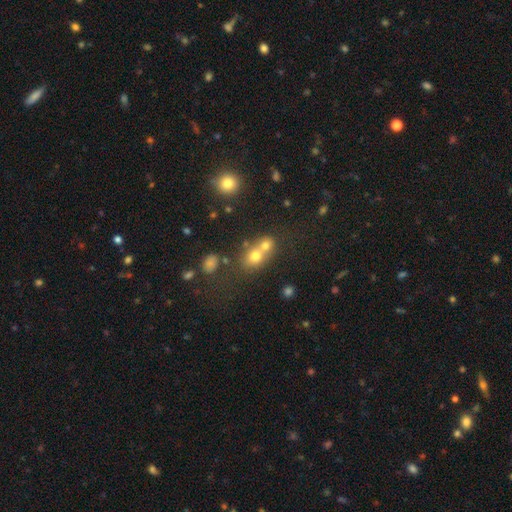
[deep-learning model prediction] This appears to be a smooth galaxy with no disk features (68%) that is round (61%). Merging: merger (59%).